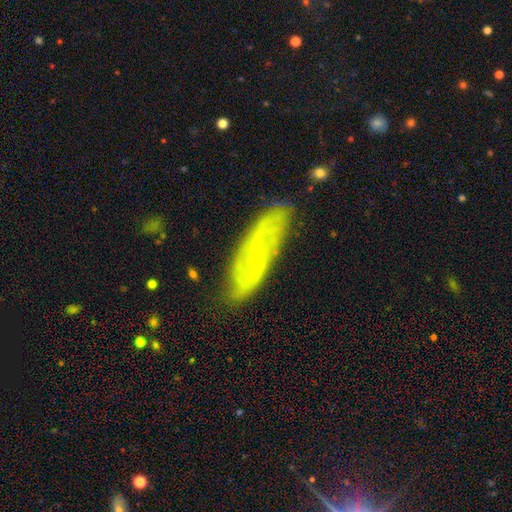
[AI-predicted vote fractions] Smooth or featured?
  - featured or disk: 78% *
  - smooth: 14%
  - star or artifact: 8%
Edge-on disk?
  - no: 81% *
  - yes: 19%
Bar?
  - no: 44% *
  - weak: 39%
  - strong: 17%
Spiral arms?
  - yes: 86% *
  - no: 14%
Spiral winding?
  - loose: 41% *
  - medium: 36%
  - tight: 23%
Spiral arm count?
  - 2: 74% *
  - can't tell: 16%
  - 3: 3%
  - 1: 2%
  - 4: 2%
  - more than 4: 2%
Bulge size?
  - small: 82% *
  - moderate: 14%
  - none: 2%
  - large: 1%
  - dominant: 1%
Merging?
  - none: 80% *
  - minor disturbance: 15%
  - major disturbance: 4%
  - merger: 2%